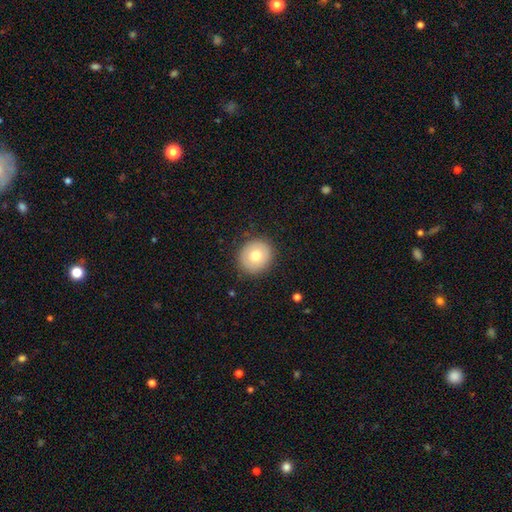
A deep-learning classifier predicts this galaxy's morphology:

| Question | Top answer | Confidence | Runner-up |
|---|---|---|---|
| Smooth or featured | smooth | 72% | featured or disk (19%) |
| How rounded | round | 87% | in between (13%) |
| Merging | none | 89% | minor disturbance (8%) |